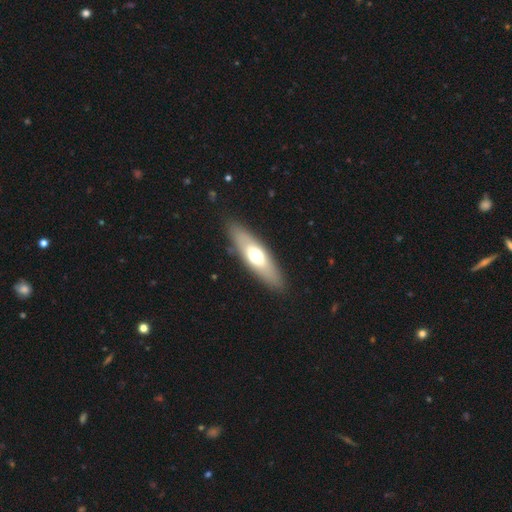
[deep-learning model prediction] A smooth galaxy with no disk features (56%) that is cigar-shaped (50%). Merging: none (88%).